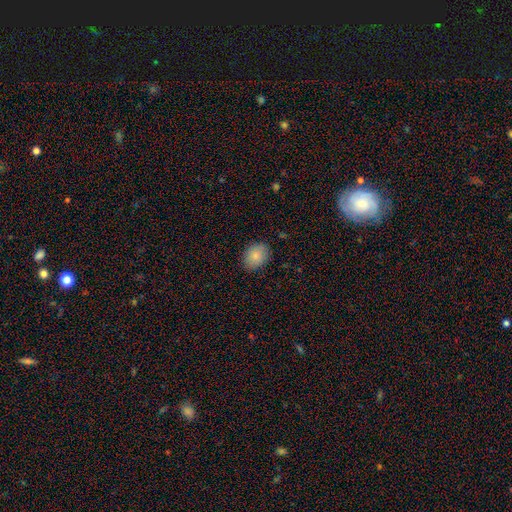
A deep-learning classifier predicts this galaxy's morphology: Smooth or featured: smooth — 85% (star or artifact — 8%)
How rounded: in between — 58% (round — 41%)
Merging: none — 87% (minor disturbance — 10%)